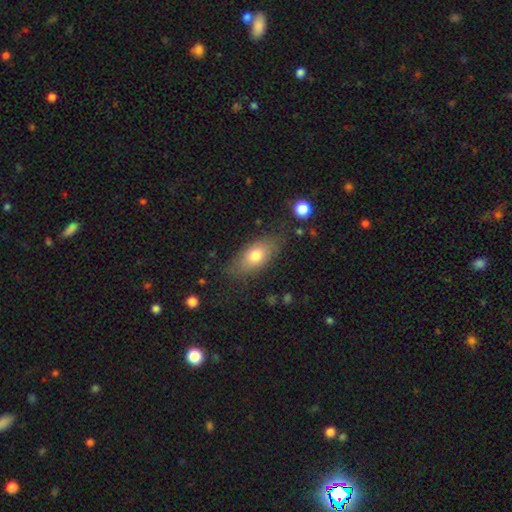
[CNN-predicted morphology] Overall: smooth (72%). How rounded: in between (82%). Merging: none (74%).